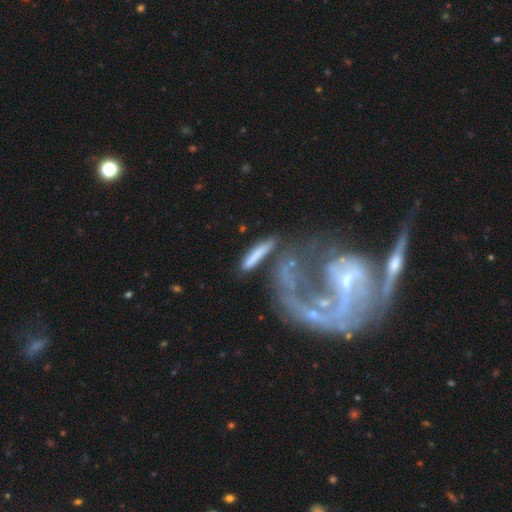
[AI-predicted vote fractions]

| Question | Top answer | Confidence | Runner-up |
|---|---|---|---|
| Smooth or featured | smooth | 73% | featured or disk (21%) |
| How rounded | cigar-shaped | 86% | in between (11%) |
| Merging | none | 63% | minor disturbance (17%) |